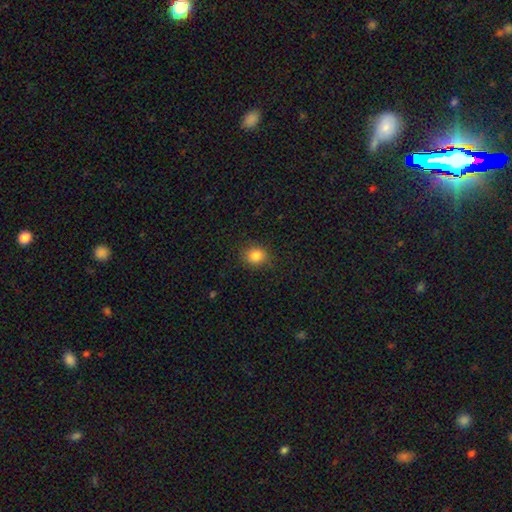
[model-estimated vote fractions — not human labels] Smooth or featured? smooth (84%)
How rounded? round (72%)
Merging? none (87%)